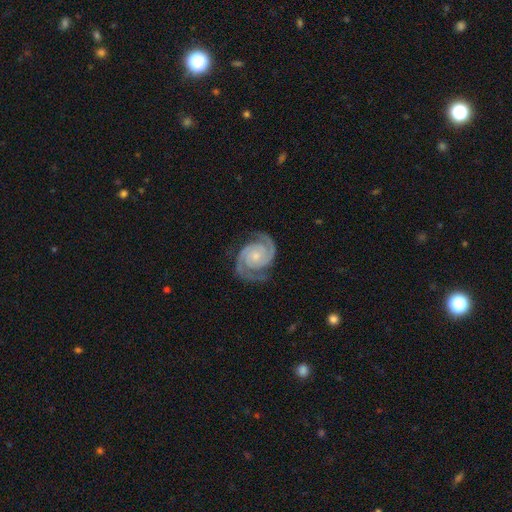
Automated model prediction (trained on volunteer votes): The model was most divided on "spiral winding": tight: 61%, medium: 35%, loose: 4%. More confident: spiral arms — yes (99%); edge-on disk — no (98%); smooth or featured — featured or disk (94%); spiral arm count — 2 (93%); merging — none (82%); bar — no (74%); bulge size — small (64%).